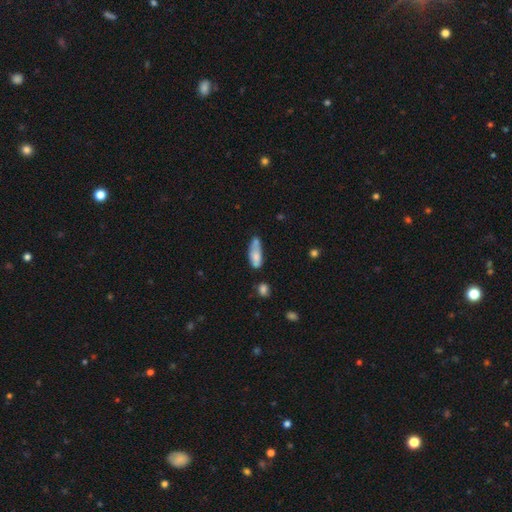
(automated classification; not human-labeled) smooth-or-featured: smooth: 71% | featured or disk: 21% | star or artifact: 8%
  how-rounded: in between: 68% | cigar-shaped: 29% | round: 3%
  merging: none: 37% | minor disturbance: 30% | merger: 22% | major disturbance: 11%